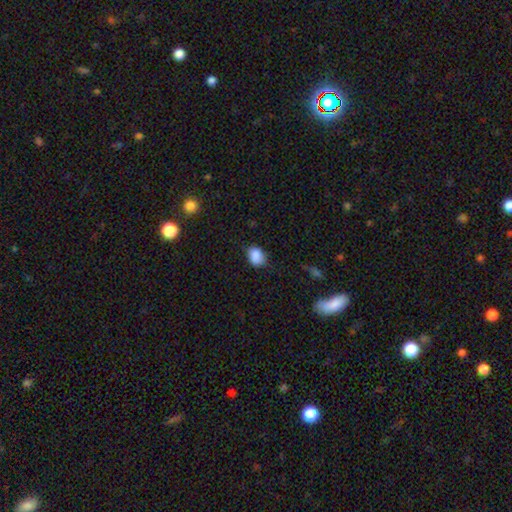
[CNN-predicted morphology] Smooth or featured? Predicted: smooth (p=0.87). How rounded? Predicted: in between (p=0.63). Merging? Predicted: none (p=0.71).